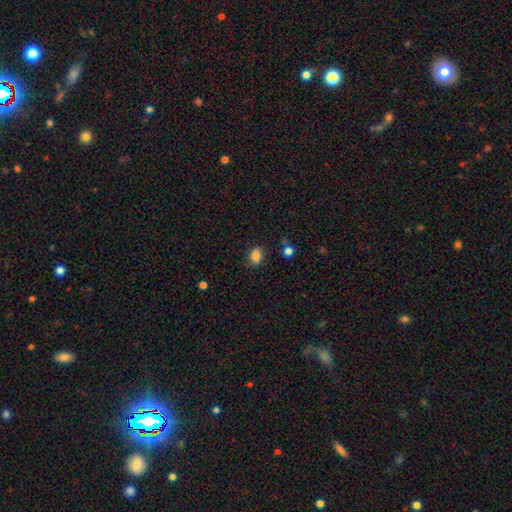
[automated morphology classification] Q: Smooth or featured?
A: smooth (83%); runner-up: star or artifact (11%)
Q: How rounded?
A: in between (69%); runner-up: round (30%)
Q: Merging?
A: none (74%); runner-up: minor disturbance (18%)